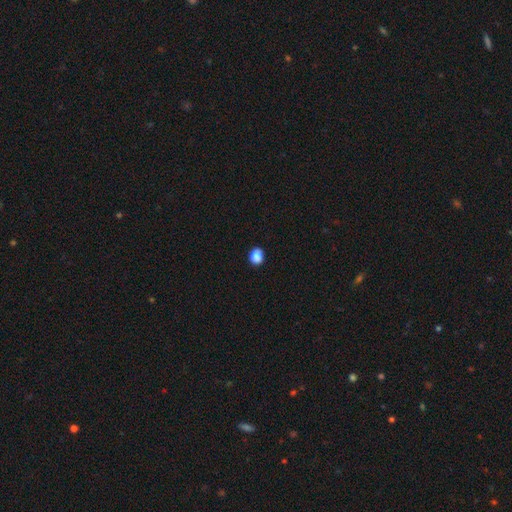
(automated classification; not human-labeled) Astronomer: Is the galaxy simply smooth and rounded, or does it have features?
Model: smooth — 87%.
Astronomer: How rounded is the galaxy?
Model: round — 59% (runner-up: in between, 40%).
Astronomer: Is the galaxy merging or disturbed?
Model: none — 83%.